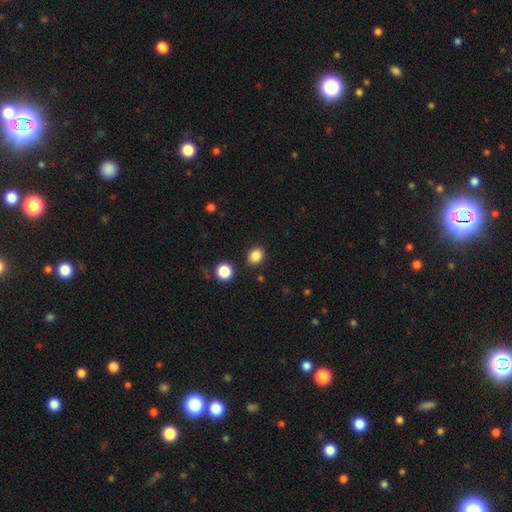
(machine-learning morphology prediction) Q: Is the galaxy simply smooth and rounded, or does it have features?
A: smooth — 85%.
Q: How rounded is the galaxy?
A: round — 56%.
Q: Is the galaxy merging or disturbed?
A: none — 87%.